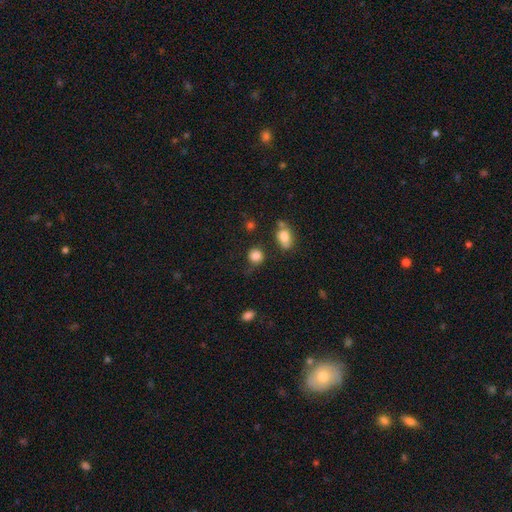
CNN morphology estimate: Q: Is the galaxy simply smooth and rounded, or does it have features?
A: smooth — 85%.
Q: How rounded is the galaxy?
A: round — 83%.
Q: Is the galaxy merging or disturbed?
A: none — 69%.